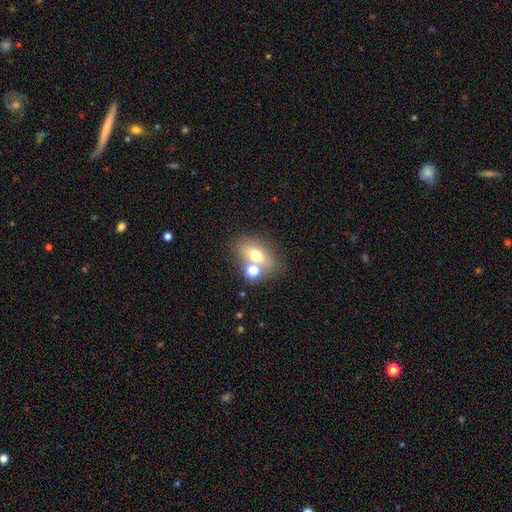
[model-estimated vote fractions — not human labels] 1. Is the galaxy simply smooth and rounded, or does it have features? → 66% smooth, 21% featured or disk, 13% star or artifact.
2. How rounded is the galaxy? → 69% in between, 28% round, 3% cigar-shaped.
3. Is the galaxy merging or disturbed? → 57% none, 27% merger, 11% minor disturbance, 5% major disturbance.